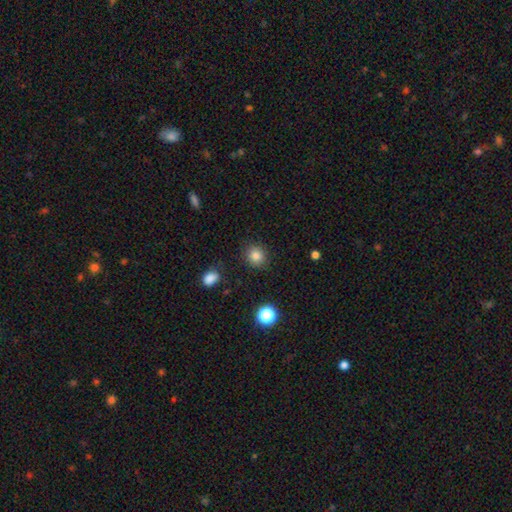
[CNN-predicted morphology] A smooth galaxy with no disk features (84%) that is round (84%). Merging: none (87%).